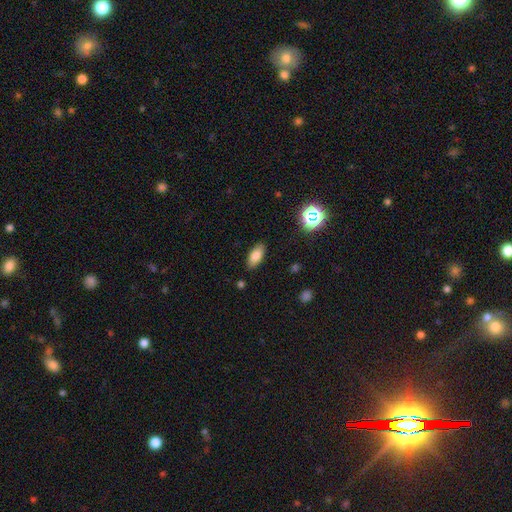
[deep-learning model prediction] Morphology: type=smooth (80%); roundness=in between (85%); merging=none (86%).